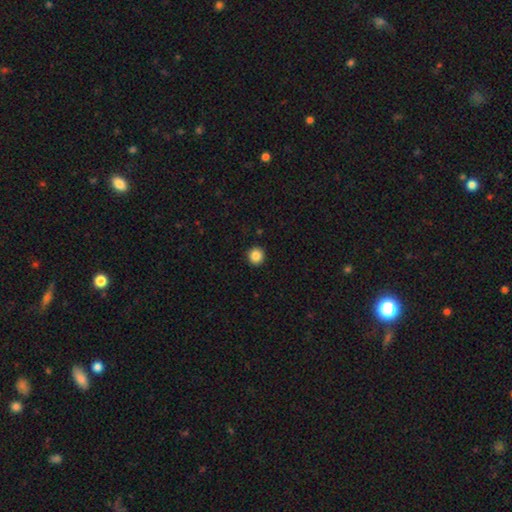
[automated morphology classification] This appears to be a smooth galaxy with no disk features (86%) that is round (93%). Merging: none (93%).